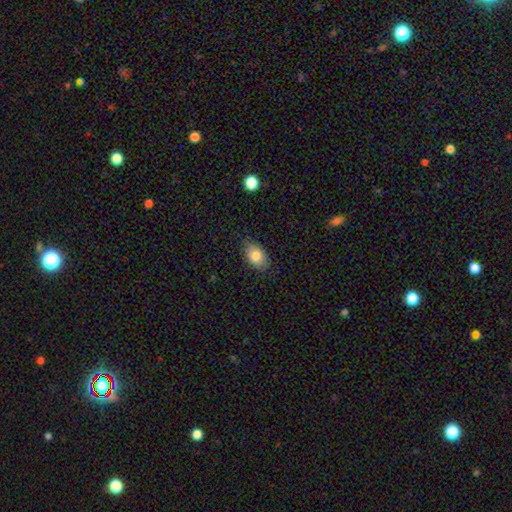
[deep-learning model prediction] Smooth or featured? smooth (82%)
How rounded? in between (86%)
Merging? none (80%)